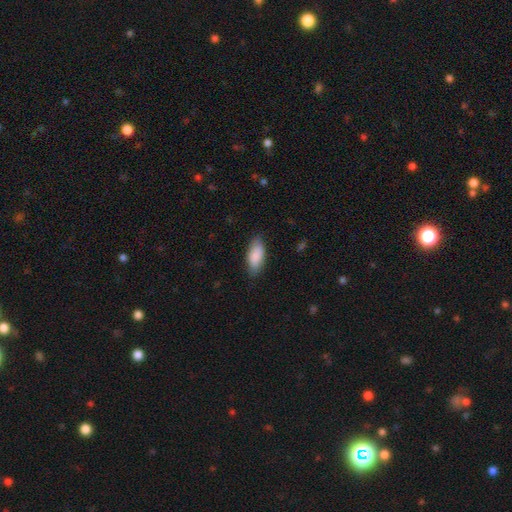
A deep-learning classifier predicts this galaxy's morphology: Overall: smooth (88%). How rounded: in between (85%). Merging: none (82%).